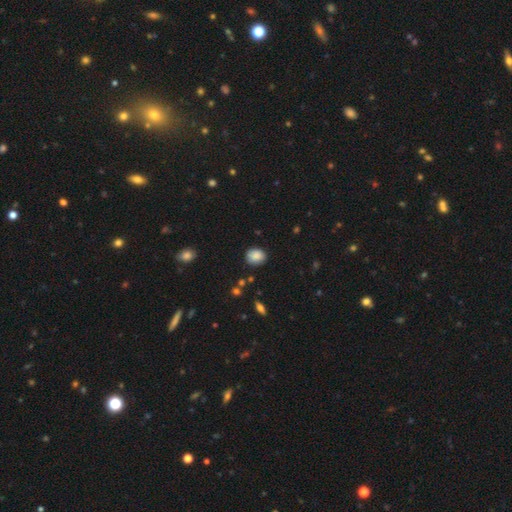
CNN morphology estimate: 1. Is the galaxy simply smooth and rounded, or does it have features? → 87% smooth, 9% star or artifact, 4% featured or disk.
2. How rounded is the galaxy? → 61% round, 38% in between, 1% cigar-shaped.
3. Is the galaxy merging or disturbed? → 85% none, 11% minor disturbance, 2% major disturbance, 2% merger.